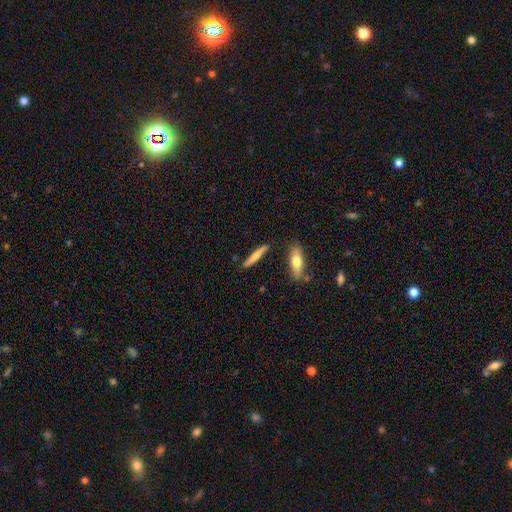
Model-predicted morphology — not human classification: Smooth or featured? Predicted: smooth (p=0.61). How rounded? Predicted: cigar-shaped (p=0.92). Merging? Predicted: none (p=0.83).